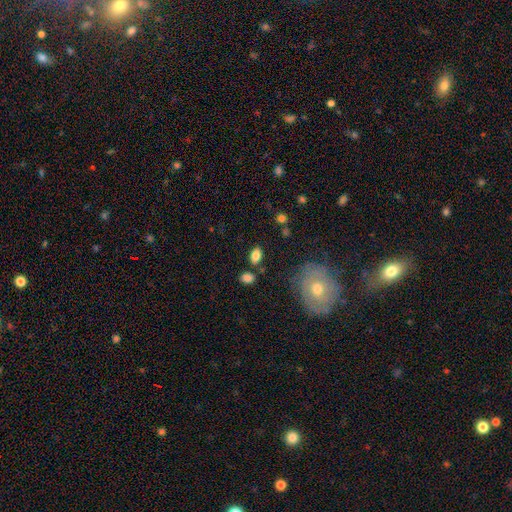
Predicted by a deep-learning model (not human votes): Morphology: type=smooth (83%); roundness=in between (87%); merging=none (76%).